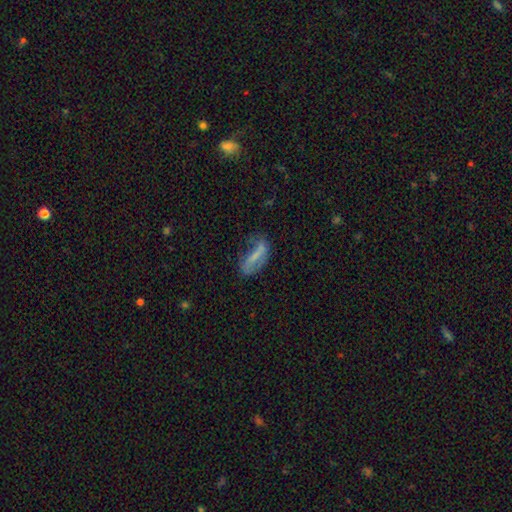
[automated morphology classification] Overall: smooth (47%; featured or disk 43%). Merging: none (47%; minor disturbance 28%).